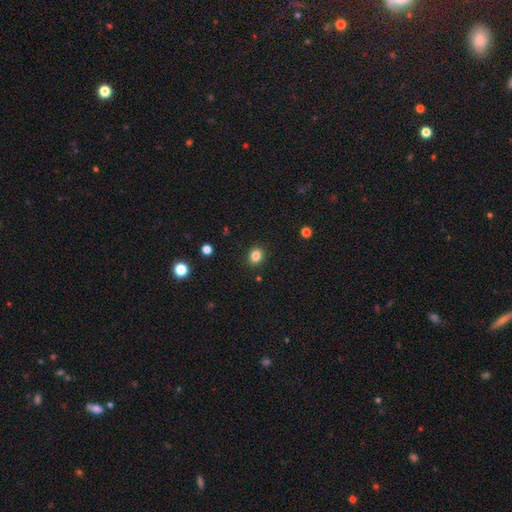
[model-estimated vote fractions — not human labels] A smooth galaxy with no disk features (84%) that is round (60%).

Vote fractions:
- Smooth or featured? smooth: 84% / star or artifact: 12% / featured or disk: 4%
- How rounded? round: 60% / in between: 40% / cigar-shaped: 1%
- Merging? none: 90% / minor disturbance: 7% / major disturbance: 2% / merger: 1%